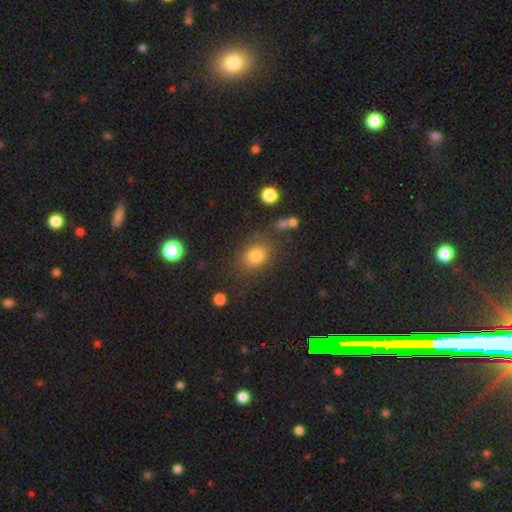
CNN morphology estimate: A smooth galaxy with no disk features (79%) that is round (51%).

Vote fractions:
- Smooth or featured? smooth: 79% / star or artifact: 13% / featured or disk: 8%
- How rounded? round: 51% / in between: 48% / cigar-shaped: 1%
- Merging? none: 76% / minor disturbance: 14% / major disturbance: 6% / merger: 5%